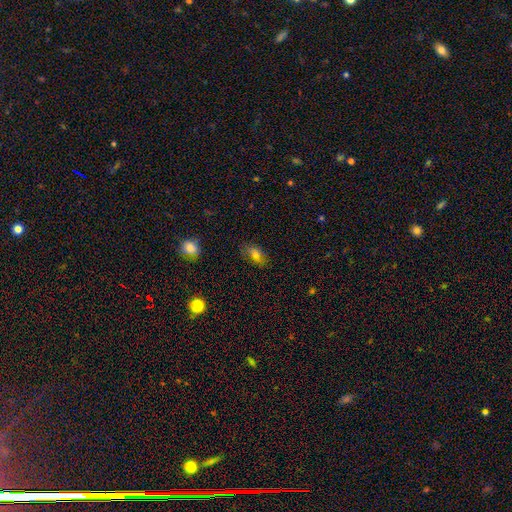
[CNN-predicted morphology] Q: Smooth or featured?
A: smooth (69%); runner-up: featured or disk (19%)
Q: How rounded?
A: in between (85%); runner-up: round (8%)
Q: Merging?
A: none (79%); runner-up: minor disturbance (15%)